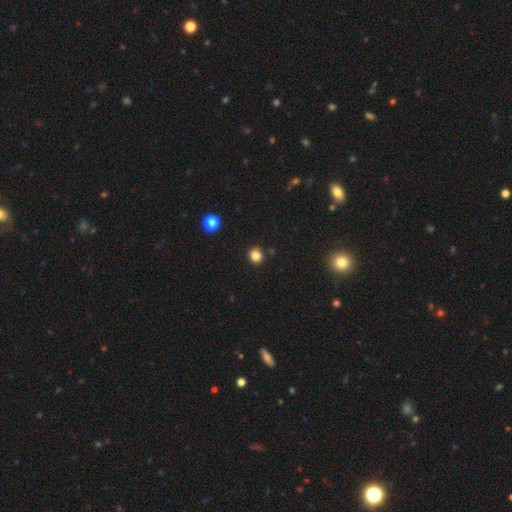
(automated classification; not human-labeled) smooth_or_featured: smooth (p=0.83) [alt: star or artifact p=0.13]
how_rounded: round (p=0.87) [alt: in between p=0.12]
merging: none (p=0.89) [alt: minor disturbance p=0.07]